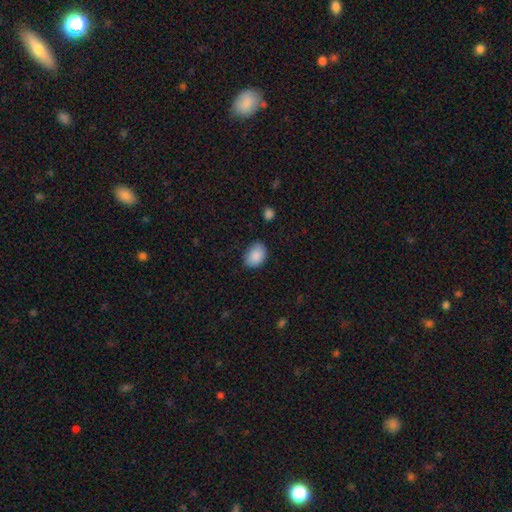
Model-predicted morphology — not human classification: Overall: smooth (89%). How rounded: in between (79%). Merging: none (78%).